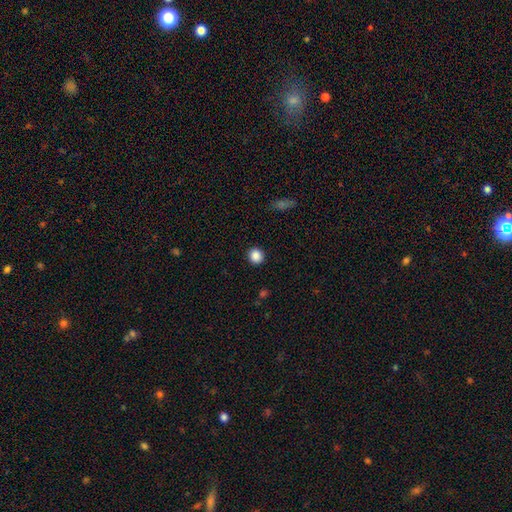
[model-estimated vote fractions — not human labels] Smooth or featured? Predicted: smooth (p=0.88). How rounded? Predicted: round (p=0.88). Merging? Predicted: none (p=0.92).